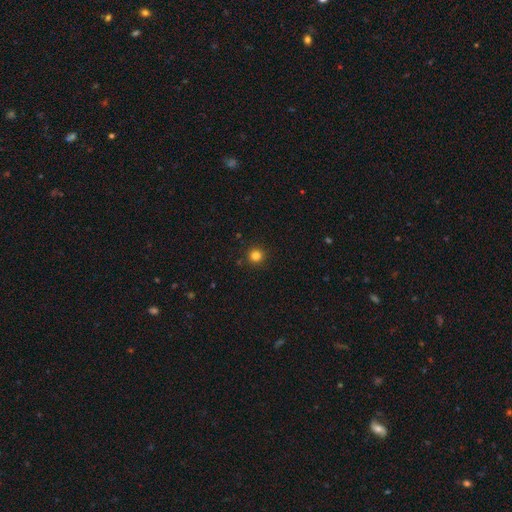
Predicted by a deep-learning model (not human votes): This is clearly a smooth galaxy (82%). How rounded: clearly round (95%). Merging: clearly none (92%).